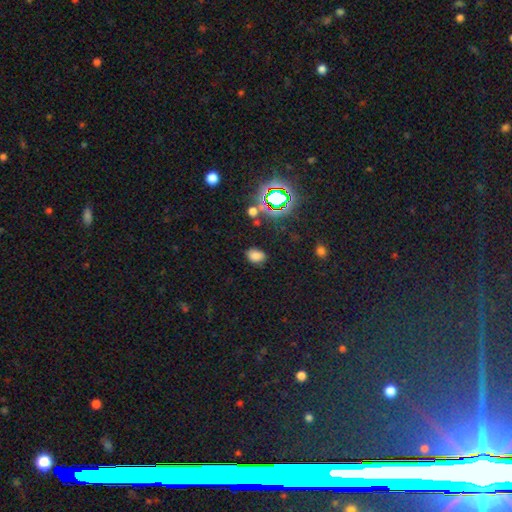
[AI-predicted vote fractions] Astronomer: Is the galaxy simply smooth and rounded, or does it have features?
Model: smooth — 74%.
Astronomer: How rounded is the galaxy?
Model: in between — 80%.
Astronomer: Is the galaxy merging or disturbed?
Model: none — 81%.